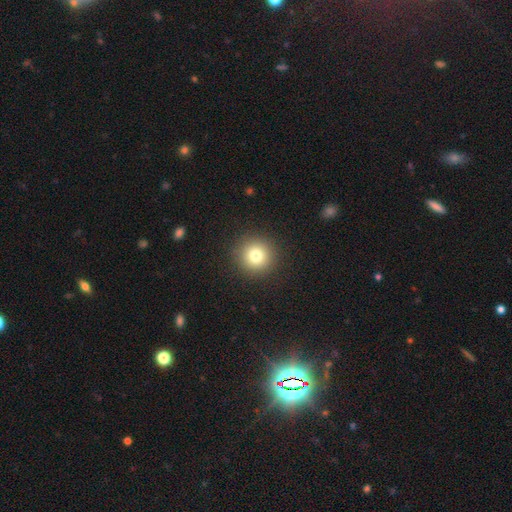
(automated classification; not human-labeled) Smooth or featured?
  - smooth: 79% *
  - star or artifact: 12%
  - featured or disk: 9%
How rounded?
  - round: 95% *
  - in between: 4%
  - cigar-shaped: 1%
Merging?
  - none: 92% *
  - minor disturbance: 5%
  - major disturbance: 2%
  - merger: 1%